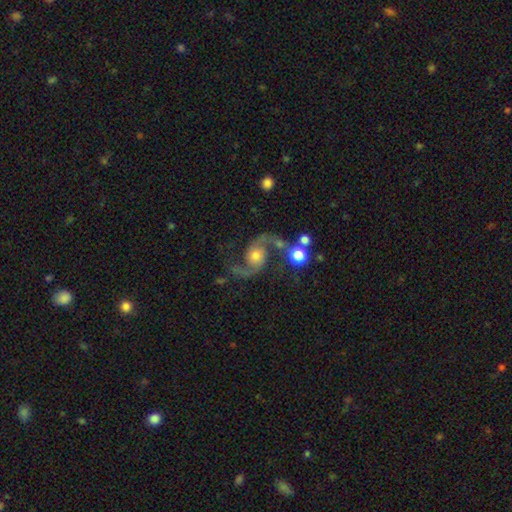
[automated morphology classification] featured or disk 90%, star or artifact 6%, smooth 4%. Down the decision tree: edge-on disk — no (98%); bar — no (71%); spiral arms — yes (98%); spiral arm count — 2 (95%); spiral winding — loose (58%); bulge size — moderate (60%); merging — none (71%).